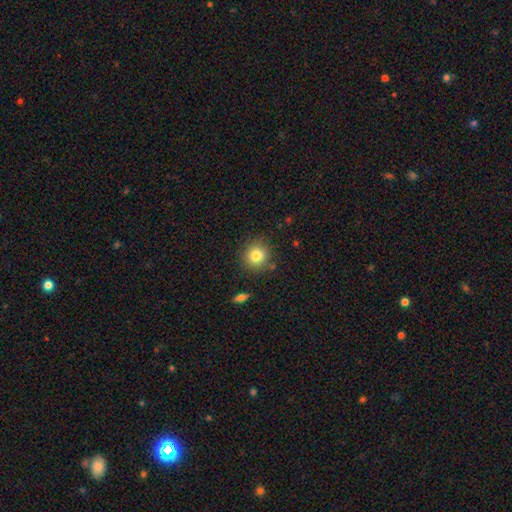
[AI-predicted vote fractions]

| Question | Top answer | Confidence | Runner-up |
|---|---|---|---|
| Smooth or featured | smooth | 82% | star or artifact (11%) |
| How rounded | round | 90% | in between (9%) |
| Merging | none | 85% | minor disturbance (10%) |